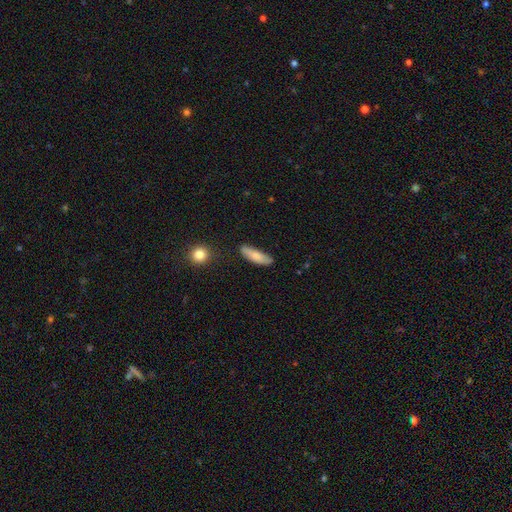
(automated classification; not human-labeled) Smooth or featured? smooth (80%)
How rounded? cigar-shaped (51%)
Merging? none (76%)